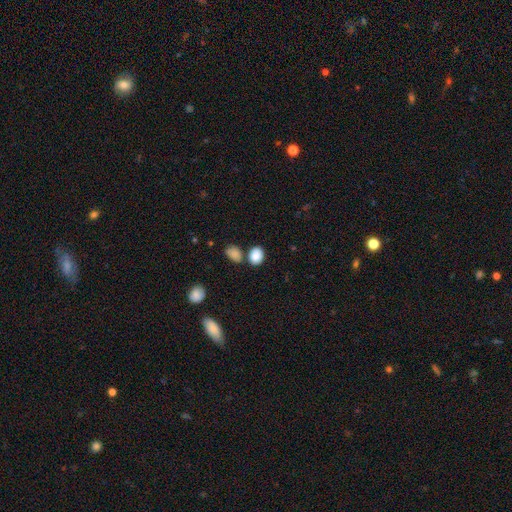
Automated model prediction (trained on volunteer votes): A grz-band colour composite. It shows a smooth galaxy with no disk features (87%) that is in between round and cigar-shaped (64%). Merging: none (66%).